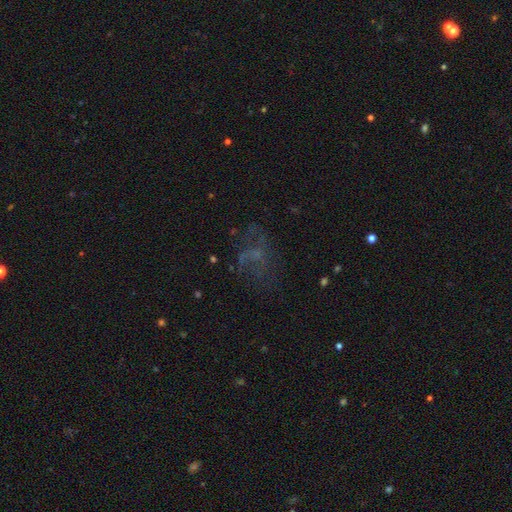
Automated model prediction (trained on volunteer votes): Smooth or featured: featured or disk — 43% (star or artifact — 29%)
Merging: none — 48% (major disturbance — 32%)